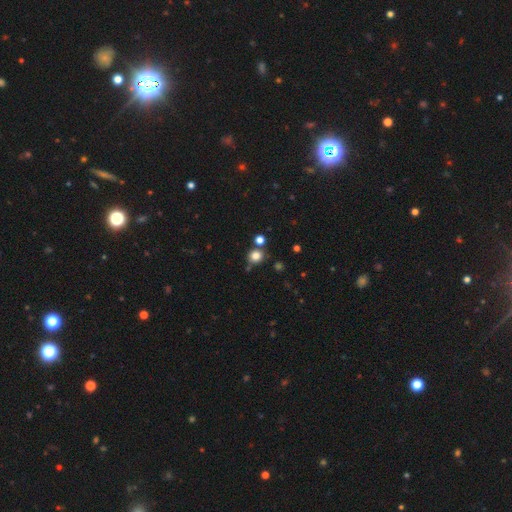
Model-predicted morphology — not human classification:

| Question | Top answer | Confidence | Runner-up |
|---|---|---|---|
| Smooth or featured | smooth | 80% | star or artifact (15%) |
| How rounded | round | 86% | in between (13%) |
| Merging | none | 76% | merger (11%) |